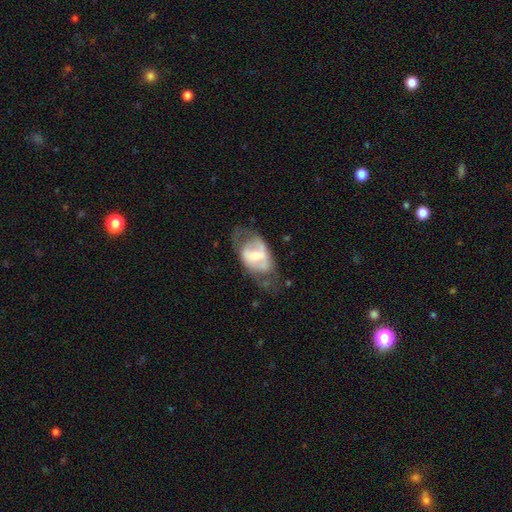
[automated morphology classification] smooth_or_featured: featured or disk (p=0.57) [alt: smooth p=0.36]
disk_edge_on: no (p=0.93) [alt: yes p=0.07]
bar: weak (p=0.38) [alt: no p=0.33]
has_spiral_arms: no (p=0.61) [alt: yes p=0.39]
bulge_size: moderate (p=0.43) [alt: small p=0.41]
merging: none (p=0.42) [alt: major disturbance p=0.29]